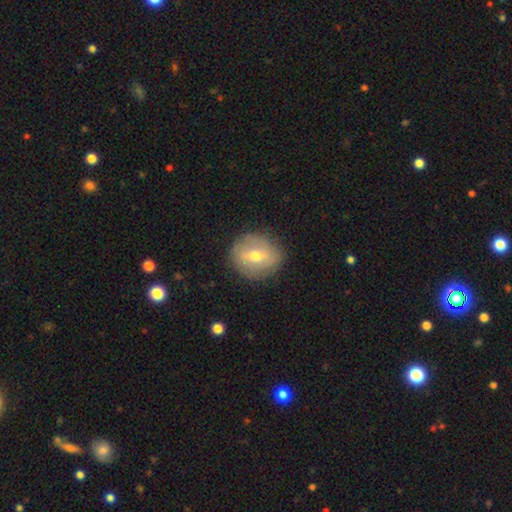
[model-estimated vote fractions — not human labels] The model was most divided on "smooth or featured": smooth: 49%, featured or disk: 42%, star or artifact: 8%. More confident: merging — none (83%).